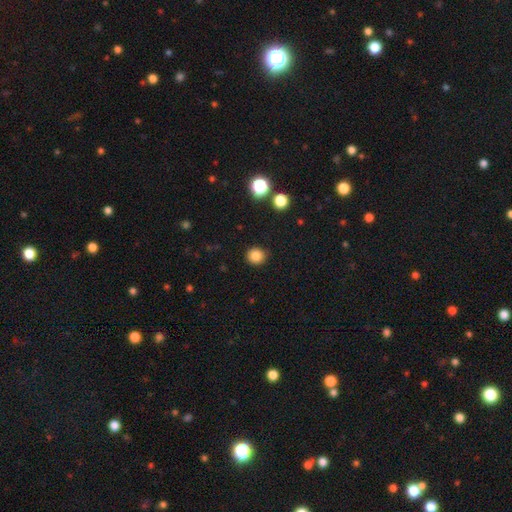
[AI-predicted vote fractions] Smooth or featured: smooth — 84% (star or artifact — 12%)
How rounded: round — 88% (in between — 11%)
Merging: none — 89% (minor disturbance — 7%)